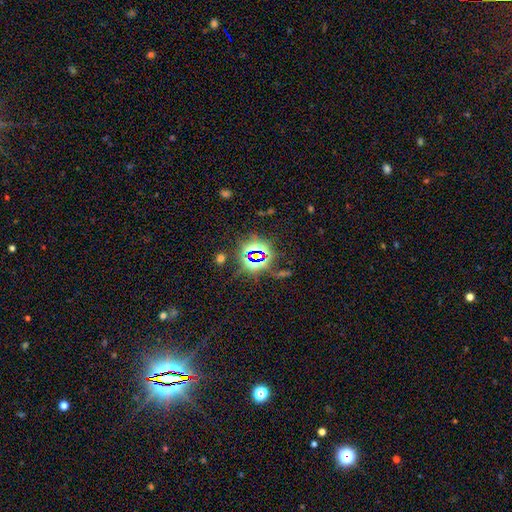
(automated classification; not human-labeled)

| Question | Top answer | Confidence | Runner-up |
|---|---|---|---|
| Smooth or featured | star or artifact | 79% | smooth (12%) |